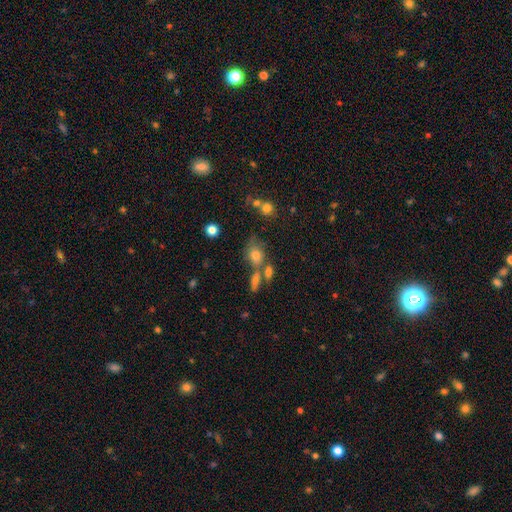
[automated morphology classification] Smooth or featured: smooth — 70% (featured or disk — 15%)
How rounded: in between — 52% (round — 44%)
Merging: none — 47% (merger — 29%)